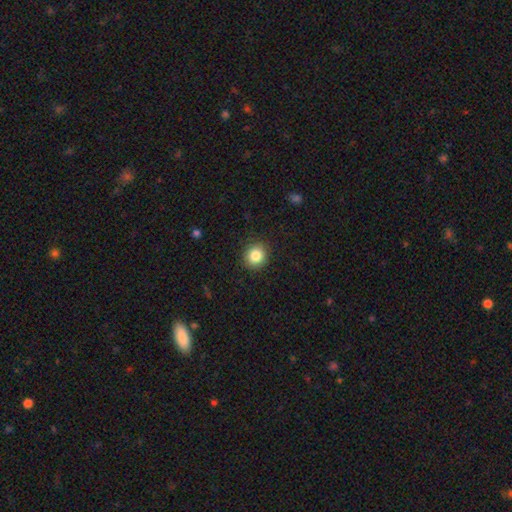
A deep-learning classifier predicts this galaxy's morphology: smooth 85%, star or artifact 10%, featured or disk 5%. Down the decision tree: how rounded — round (86%); merging — none (90%).